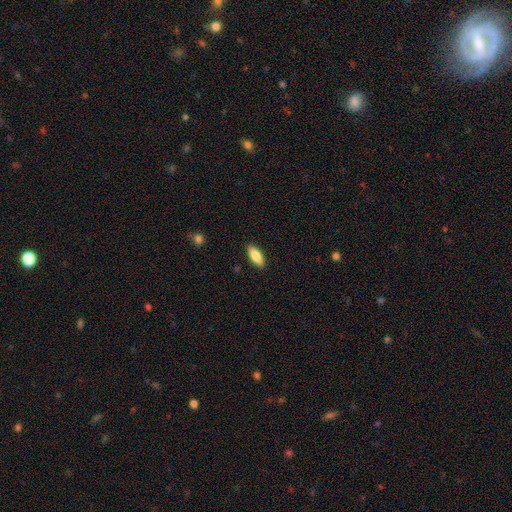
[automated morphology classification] Smooth or featured?
  - smooth: 84% *
  - featured or disk: 10%
  - star or artifact: 6%
How rounded?
  - in between: 71% *
  - cigar-shaped: 27%
  - round: 2%
Merging?
  - none: 89% *
  - minor disturbance: 8%
  - major disturbance: 2%
  - merger: 1%